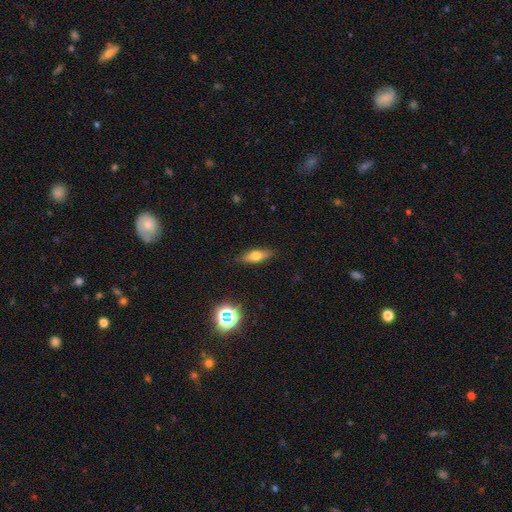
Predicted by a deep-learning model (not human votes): Morphology: type=smooth (58%); roundness=in between (51%); merging=none (87%).